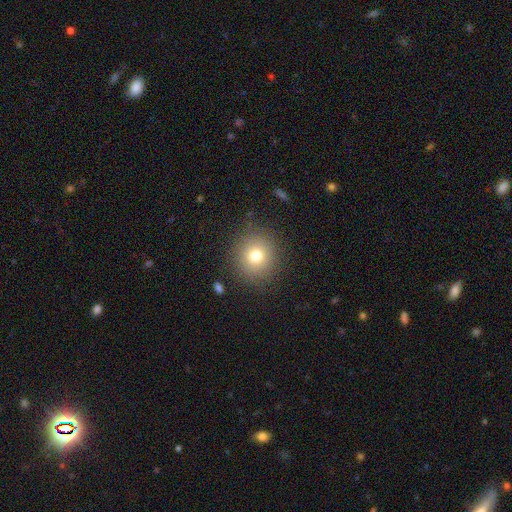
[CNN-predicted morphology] The model was most divided on "smooth or featured": smooth: 75%, star or artifact: 13%, featured or disk: 12%. More confident: how rounded — round (90%); merging — none (87%).